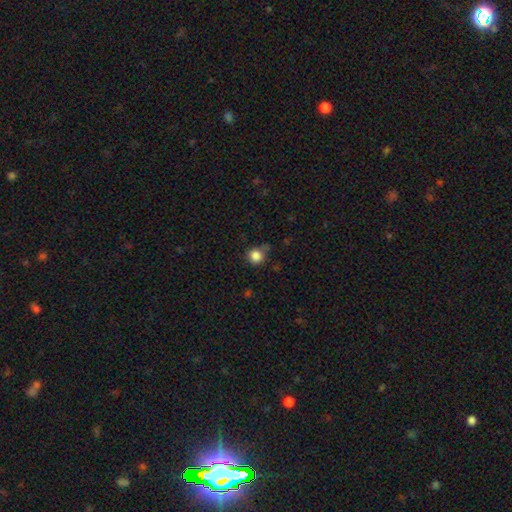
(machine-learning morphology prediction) Smooth or featured? smooth (85%)
How rounded? round (91%)
Merging? none (67%)